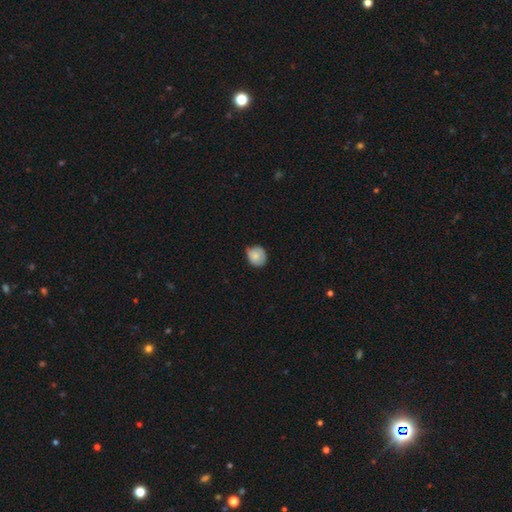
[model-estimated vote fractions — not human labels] smooth-or-featured: smooth: 79% | featured or disk: 13% | star or artifact: 8%
  how-rounded: round: 72% | in between: 27% | cigar-shaped: 1%
  merging: none: 67% | minor disturbance: 28% | major disturbance: 4% | merger: 1%